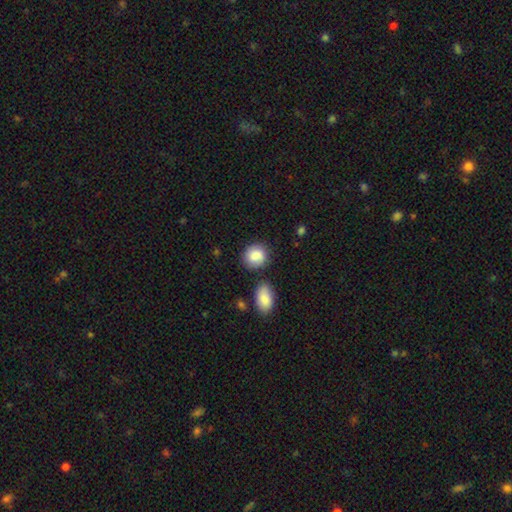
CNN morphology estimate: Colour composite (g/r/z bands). It shows a smooth galaxy with no disk features (86%) that is round (73%). Merging: none (75%).